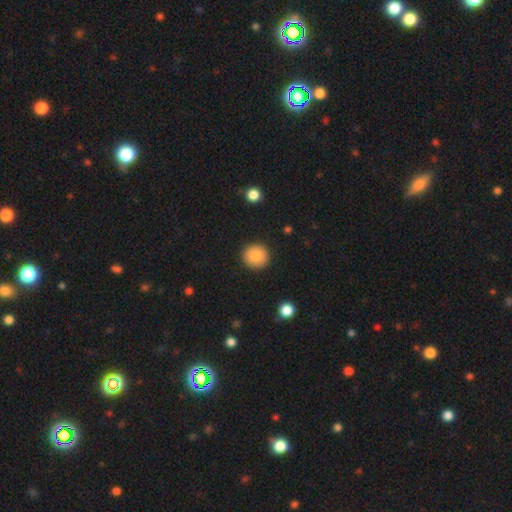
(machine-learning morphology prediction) A smooth galaxy with no disk features (86%) that is round (93%). Merging: none (92%).